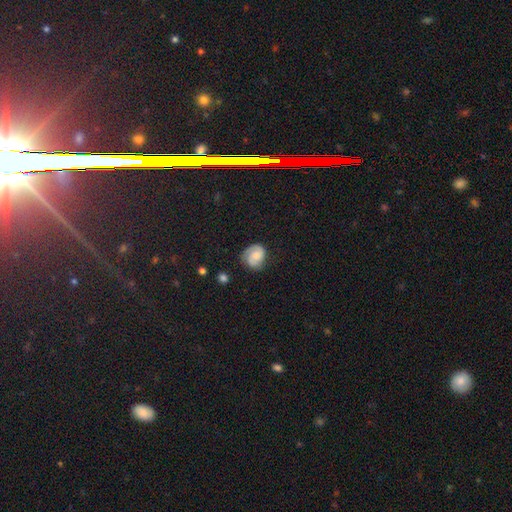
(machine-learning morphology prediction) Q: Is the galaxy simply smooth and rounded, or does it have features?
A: featured or disk — 50%.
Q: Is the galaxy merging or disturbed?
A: none — 66%.